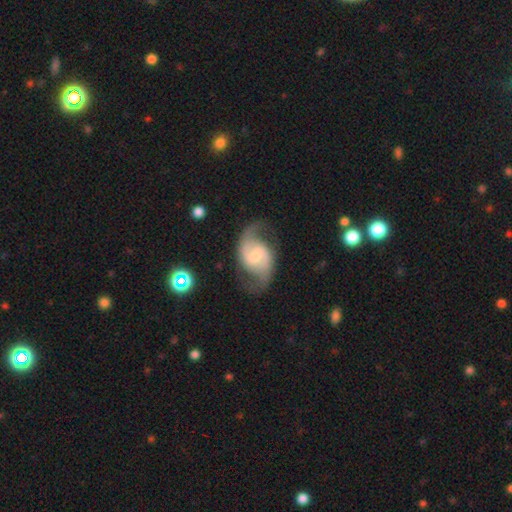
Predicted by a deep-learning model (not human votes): Smooth or featured? featured or disk (88%)
Edge-on disk? no (98%)
Bar? weak (54%)
Spiral arms? yes (97%)
Spiral winding? medium (49%)
Spiral arm count? 2 (92%)
Bulge size? small (46%)
Merging? none (73%)